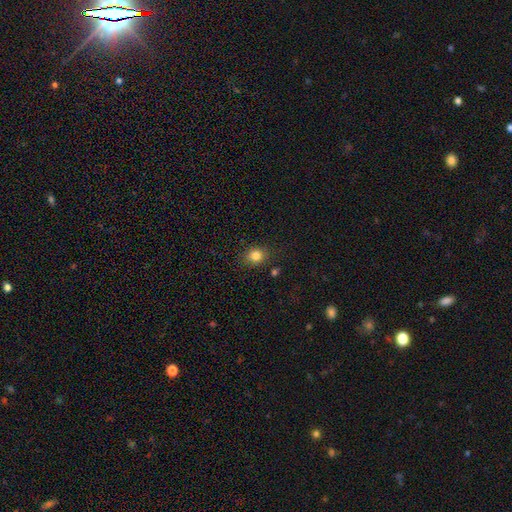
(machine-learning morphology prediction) Smooth or featured: smooth — 83% (star or artifact — 11%)
How rounded: round — 65% (in between — 34%)
Merging: none — 83% (minor disturbance — 11%)